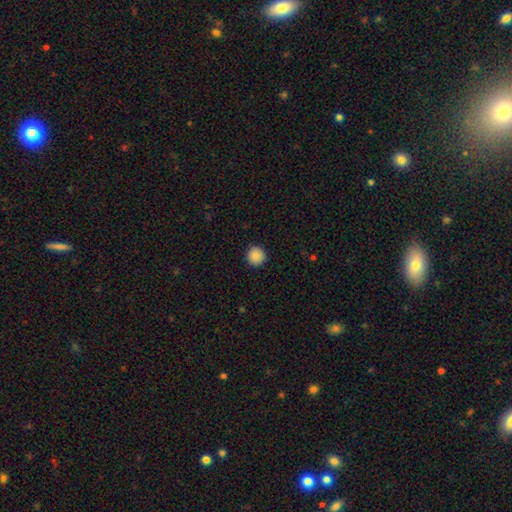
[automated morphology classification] smooth_or_featured: smooth (p=0.88) [alt: star or artifact p=0.08]
how_rounded: round (p=0.94) [alt: in between p=0.05]
merging: none (p=0.91) [alt: minor disturbance p=0.06]